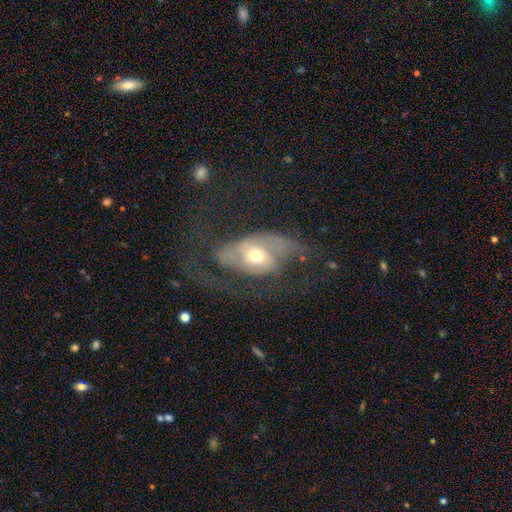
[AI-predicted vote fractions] Smooth or featured? featured or disk (55%)
Edge-on disk? no (91%)
Bar? no (76%)
Spiral arms? yes (57%)
Bulge size? moderate (66%)
Merging? major disturbance (53%)